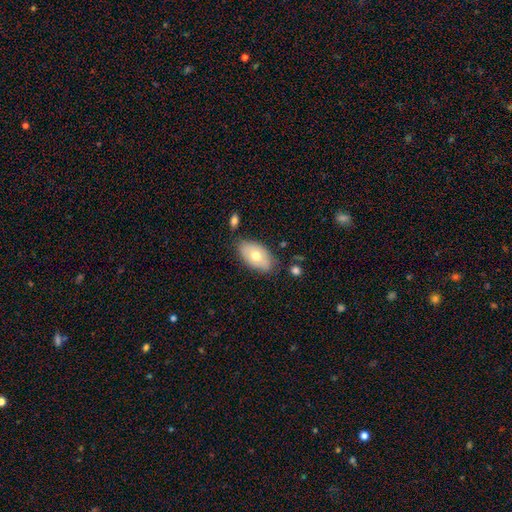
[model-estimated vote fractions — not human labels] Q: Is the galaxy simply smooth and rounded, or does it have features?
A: smooth — 65%.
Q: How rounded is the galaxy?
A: in between — 93%.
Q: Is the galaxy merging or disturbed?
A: none — 76%.